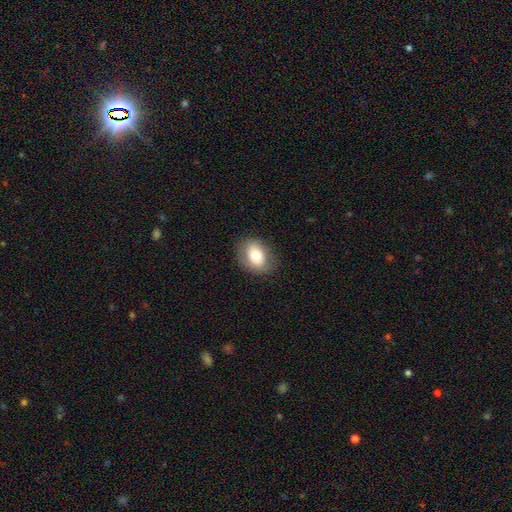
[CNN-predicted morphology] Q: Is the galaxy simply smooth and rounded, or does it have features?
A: smooth — 73%.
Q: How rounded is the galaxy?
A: in between — 65%.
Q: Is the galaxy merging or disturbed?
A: none — 82%.